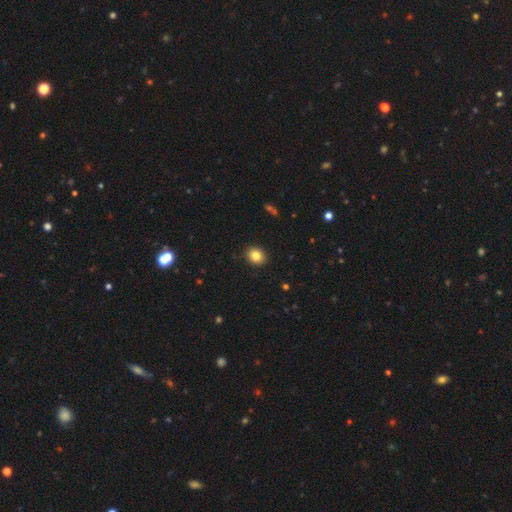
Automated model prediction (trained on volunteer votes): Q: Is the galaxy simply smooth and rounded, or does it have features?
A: smooth — 84%.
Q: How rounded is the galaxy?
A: round — 58%.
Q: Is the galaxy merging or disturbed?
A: none — 90%.